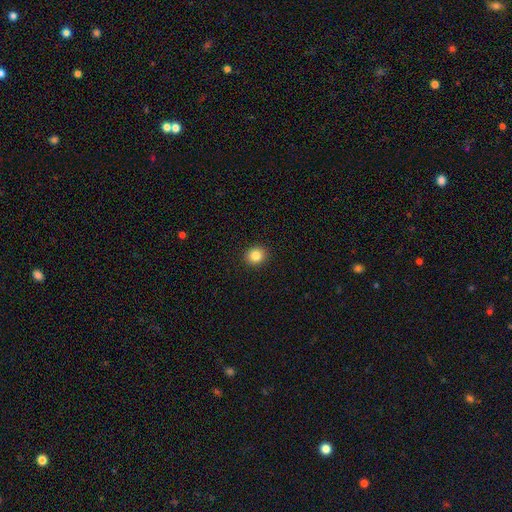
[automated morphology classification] Smooth or featured? Predicted: smooth (p=0.84). How rounded? Predicted: round (p=0.79). Merging? Predicted: none (p=0.92).